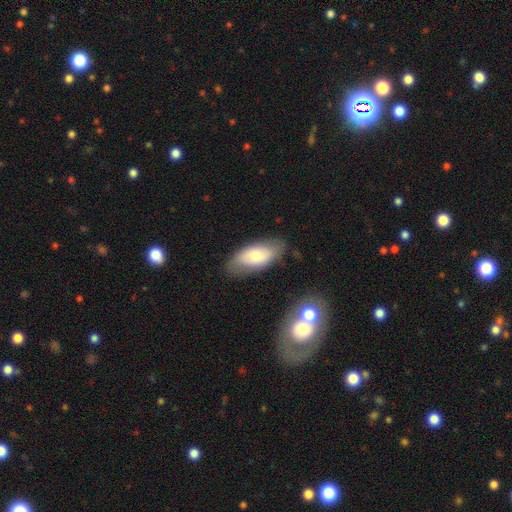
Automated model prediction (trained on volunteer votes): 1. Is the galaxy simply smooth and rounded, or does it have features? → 67% smooth, 26% featured or disk, 7% star or artifact.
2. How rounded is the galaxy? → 89% in between, 8% cigar-shaped, 3% round.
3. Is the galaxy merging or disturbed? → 77% none, 16% minor disturbance, 4% major disturbance, 3% merger.